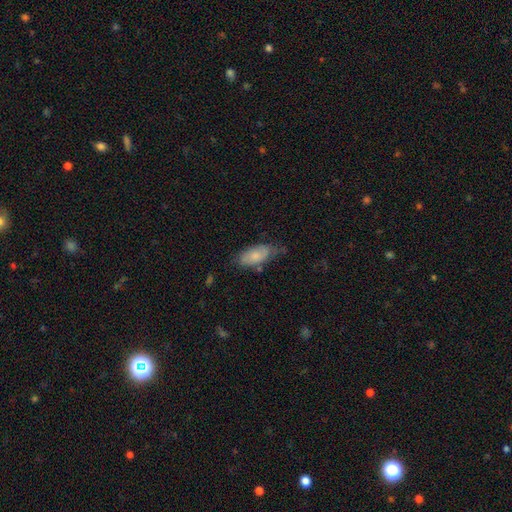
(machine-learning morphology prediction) smooth 72%, featured or disk 21%, star or artifact 7%. Down the decision tree: how rounded — in between (89%); merging — none (55%).